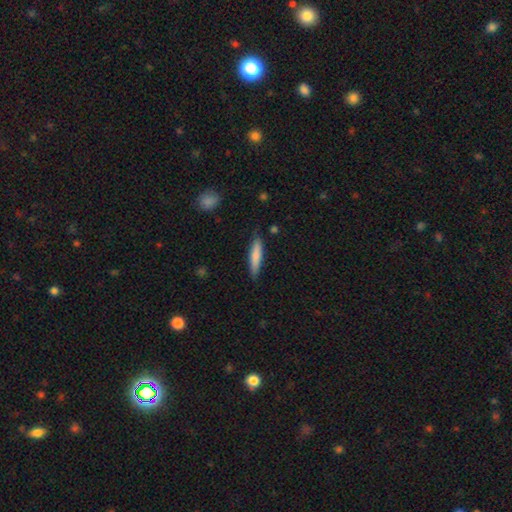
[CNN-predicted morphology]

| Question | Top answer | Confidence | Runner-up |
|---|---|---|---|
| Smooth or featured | smooth | 80% | featured or disk (15%) |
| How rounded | cigar-shaped | 84% | in between (14%) |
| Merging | none | 83% | minor disturbance (13%) |